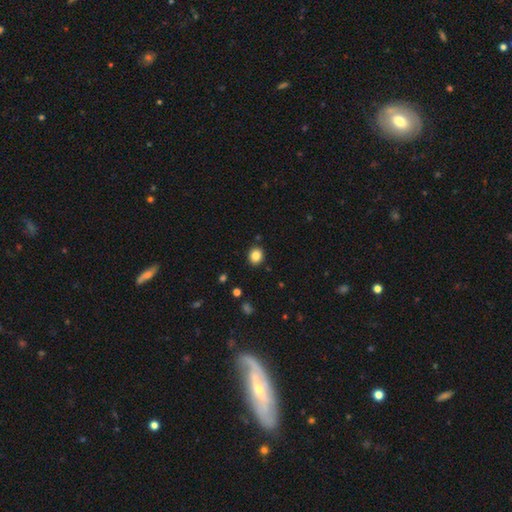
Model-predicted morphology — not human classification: type=smooth (85%); roundness=round (76%); merging=none (90%).